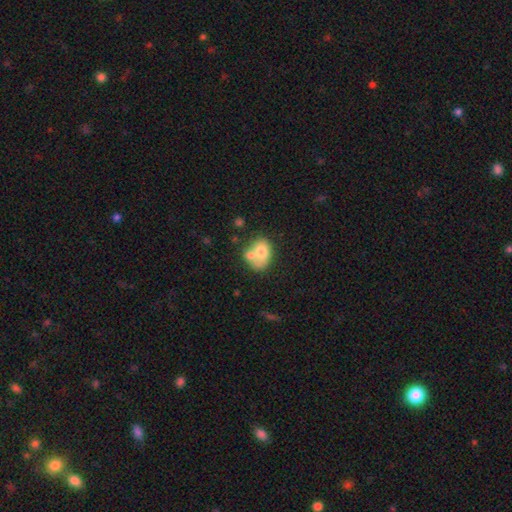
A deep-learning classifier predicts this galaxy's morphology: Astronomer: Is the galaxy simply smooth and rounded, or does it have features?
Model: smooth — 68%.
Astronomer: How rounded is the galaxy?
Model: in between — 68%.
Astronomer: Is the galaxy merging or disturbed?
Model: merger — 48% (runner-up: none, 29%).